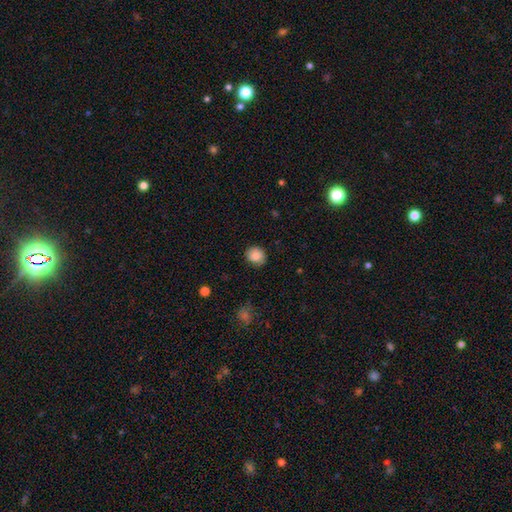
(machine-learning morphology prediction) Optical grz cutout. It shows a smooth galaxy with no disk features (86%) that is round (75%). Merging: none (84%).